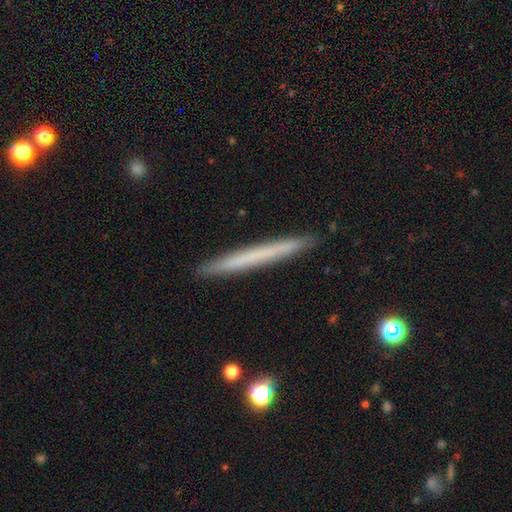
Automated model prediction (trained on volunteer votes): Morphology: type=smooth (57%); roundness=cigar-shaped (97%); merging=none (92%).